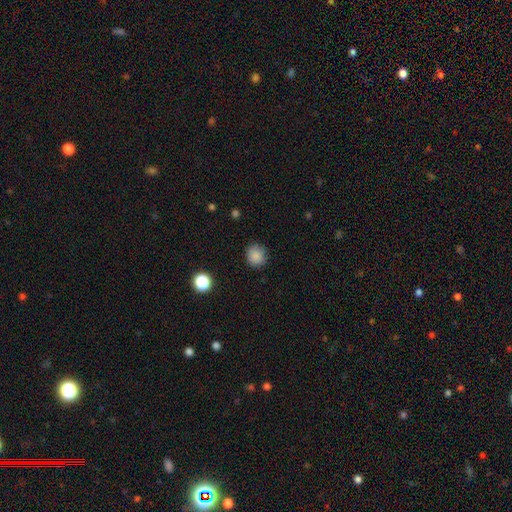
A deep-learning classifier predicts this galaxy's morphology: Smooth or featured: smooth — 86% (star or artifact — 10%)
How rounded: round — 83% (in between — 16%)
Merging: none — 87% (minor disturbance — 9%)